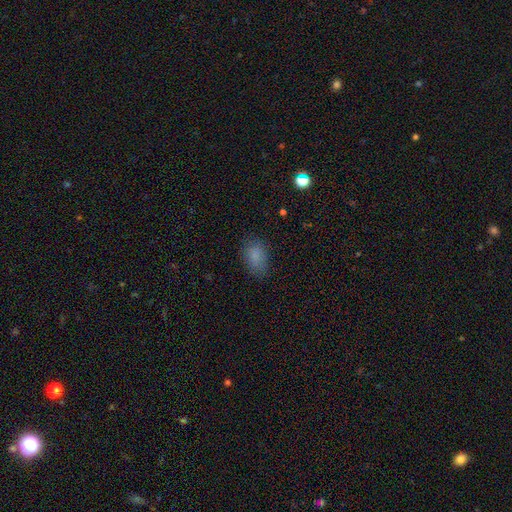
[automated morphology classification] Smooth or featured: smooth — 83% (star or artifact — 11%)
How rounded: in between — 88% (round — 10%)
Merging: none — 76% (minor disturbance — 18%)